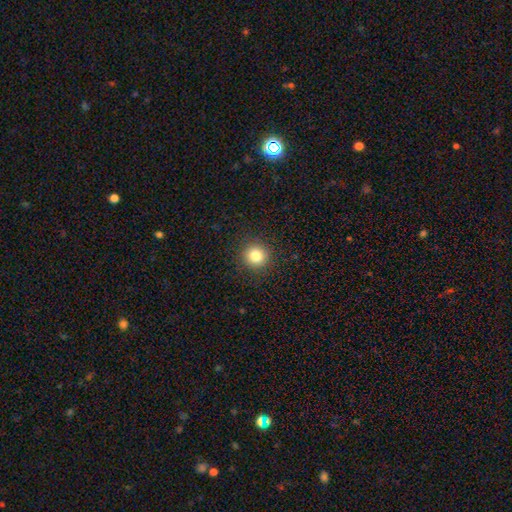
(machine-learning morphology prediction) type=smooth (82%); roundness=round (93%); merging=none (91%).